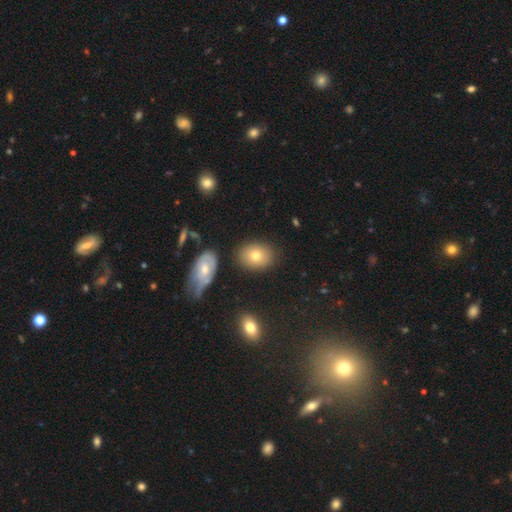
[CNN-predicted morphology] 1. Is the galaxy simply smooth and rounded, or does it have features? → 73% smooth, 17% featured or disk, 10% star or artifact.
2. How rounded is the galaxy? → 69% in between, 29% round, 1% cigar-shaped.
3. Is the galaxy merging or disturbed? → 81% none, 12% minor disturbance, 4% merger, 4% major disturbance.